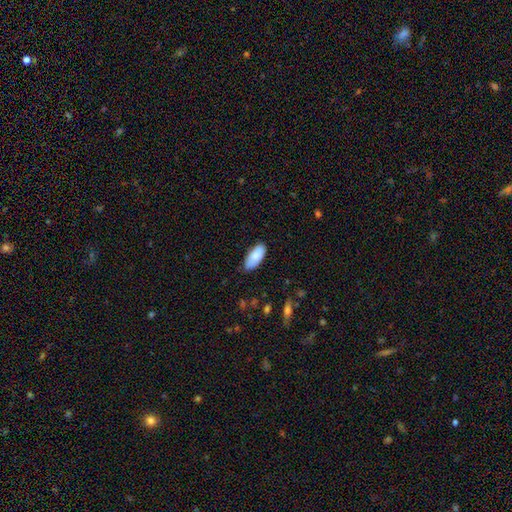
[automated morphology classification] smooth_or_featured: smooth (p=0.87) [alt: featured or disk p=0.07]
how_rounded: in between (p=0.91) [alt: cigar-shaped p=0.08]
merging: none (p=0.80) [alt: minor disturbance p=0.16]